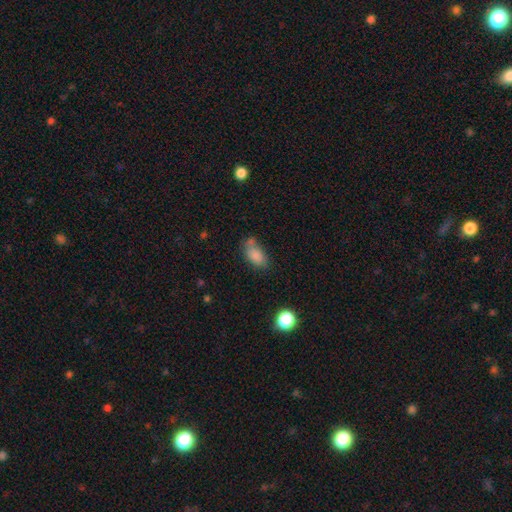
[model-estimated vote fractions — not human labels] A smooth galaxy with no disk features (81%) that is in between round and cigar-shaped (89%). Merging: none (49%).